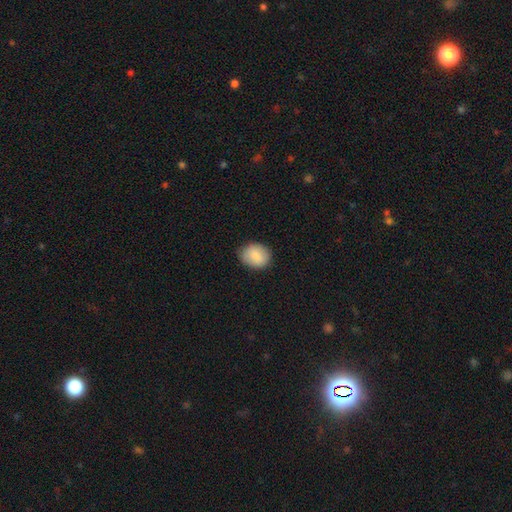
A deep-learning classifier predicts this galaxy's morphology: A smooth galaxy with no disk features (85%) that is in between round and cigar-shaped (50%).

Vote fractions:
- Smooth or featured? smooth: 85% / featured or disk: 8% / star or artifact: 7%
- How rounded? in between: 50% / round: 49% / cigar-shaped: 1%
- Merging? none: 83% / minor disturbance: 13% / major disturbance: 3% / merger: 1%